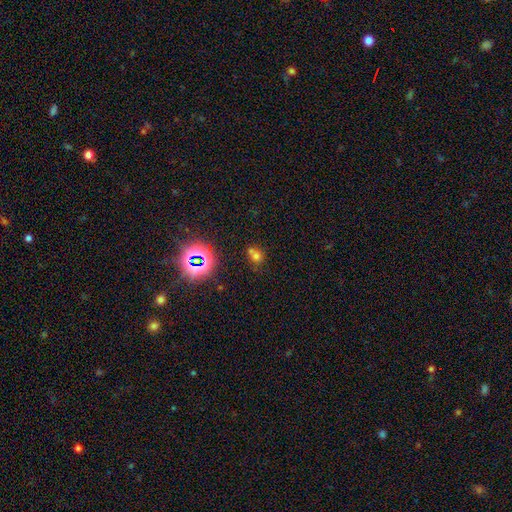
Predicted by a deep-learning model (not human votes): Smooth or featured? Predicted: smooth (p=0.59). How rounded? Predicted: round (p=0.75). Merging? Predicted: none (p=0.48).